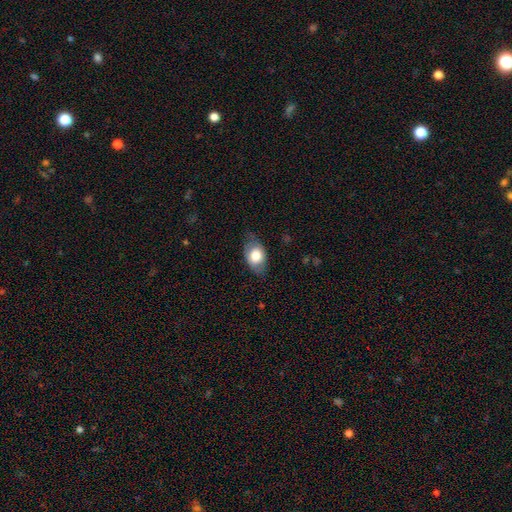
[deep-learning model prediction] Smooth or featured? Predicted: smooth (p=0.73). How rounded? Predicted: in between (p=0.87). Merging? Predicted: none (p=0.72).